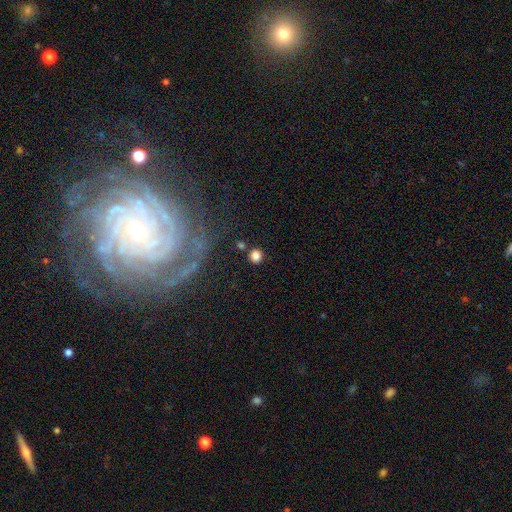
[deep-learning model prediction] Smooth or featured: smooth — 81% (star or artifact — 13%)
How rounded: round — 91% (in between — 8%)
Merging: none — 84% (minor disturbance — 7%)